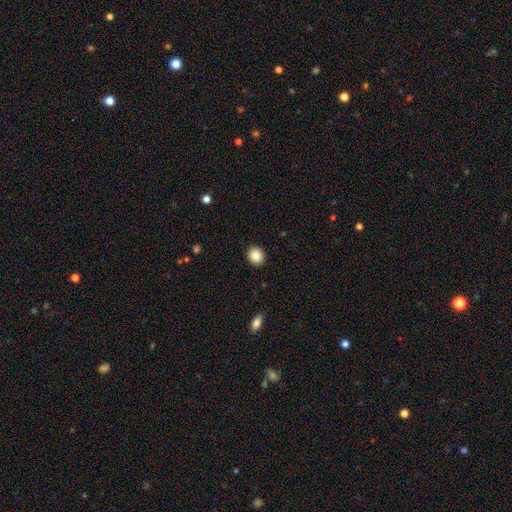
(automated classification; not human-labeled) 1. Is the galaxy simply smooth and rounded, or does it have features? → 87% smooth, 9% star or artifact, 4% featured or disk.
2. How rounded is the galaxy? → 82% round, 17% in between, 1% cigar-shaped.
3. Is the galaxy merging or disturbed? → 92% none, 5% minor disturbance, 2% major disturbance, 1% merger.